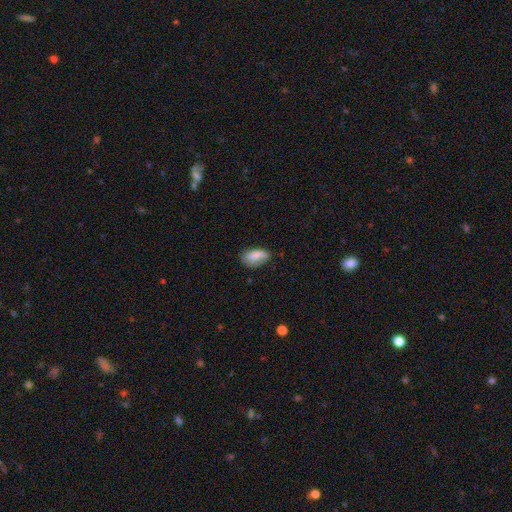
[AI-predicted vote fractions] smooth_or_featured: smooth (p=0.81) [alt: featured or disk p=0.11]
how_rounded: in between (p=0.91) [alt: round p=0.05]
merging: none (p=0.62) [alt: minor disturbance p=0.29]